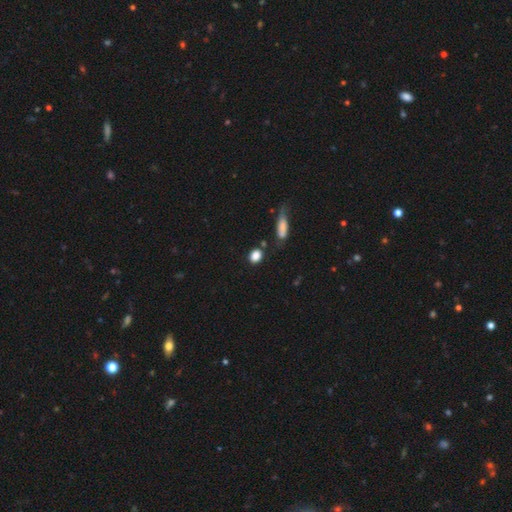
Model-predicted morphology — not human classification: Smooth or featured: smooth — 85% (star or artifact — 10%)
How rounded: round — 60% (in between — 36%)
Merging: none — 76% (minor disturbance — 13%)